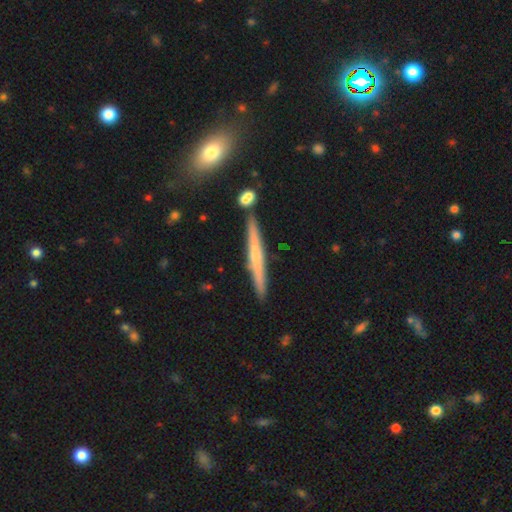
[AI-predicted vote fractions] The model was most divided on "edge-on bulge": rounded: 56%, none: 38%, boxy: 6%. More confident: edge-on disk — yes (97%); merging — none (87%); smooth or featured — featured or disk (61%).